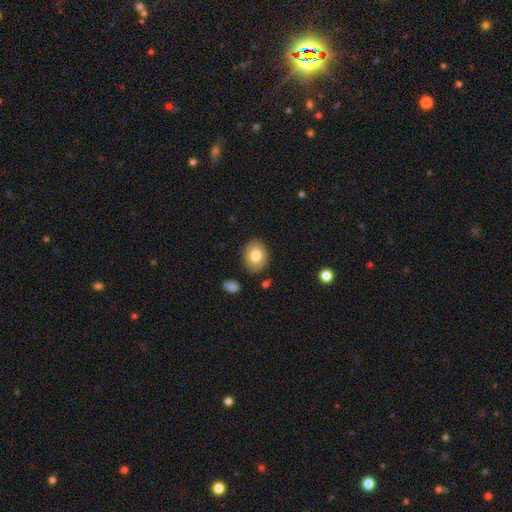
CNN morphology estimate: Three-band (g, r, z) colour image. It shows a smooth galaxy with no disk features (79%) that is in between round and cigar-shaped (61%). Merging: none (85%).